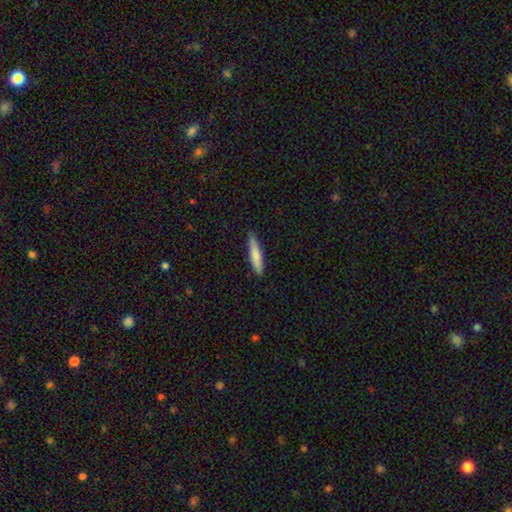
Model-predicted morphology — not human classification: type=smooth (80%); roundness=cigar-shaped (87%); merging=none (84%).